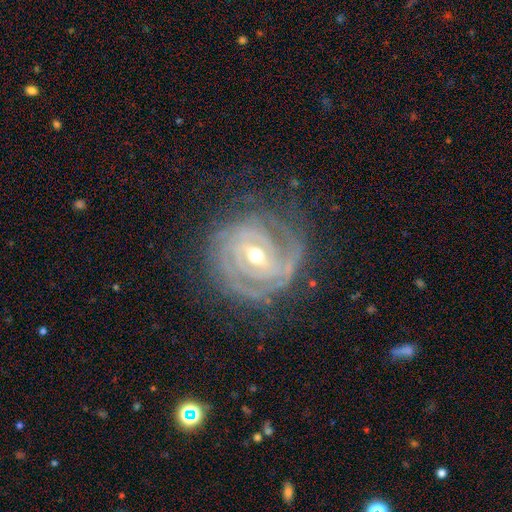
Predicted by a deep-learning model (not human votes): A featured or disk galaxy (90%) with a weak bar (42%), 3 (27%) tight (80%) spiral arms (97%) and a moderate central bulge (57%). Merging: none (74%).